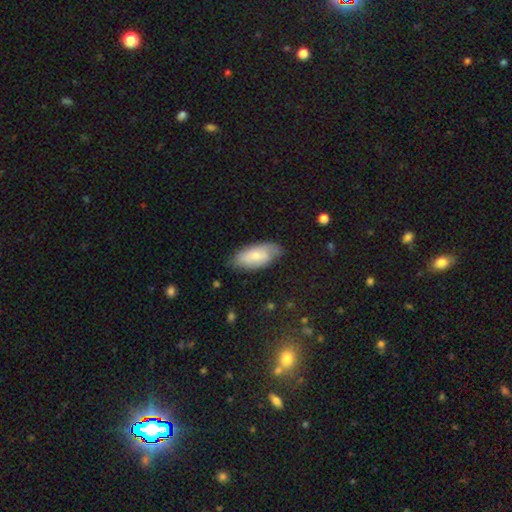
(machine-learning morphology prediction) smooth_or_featured: smooth (p=0.61) [alt: featured or disk p=0.33]
how_rounded: in between (p=0.91) [alt: cigar-shaped p=0.07]
merging: none (p=0.67) [alt: minor disturbance p=0.25]